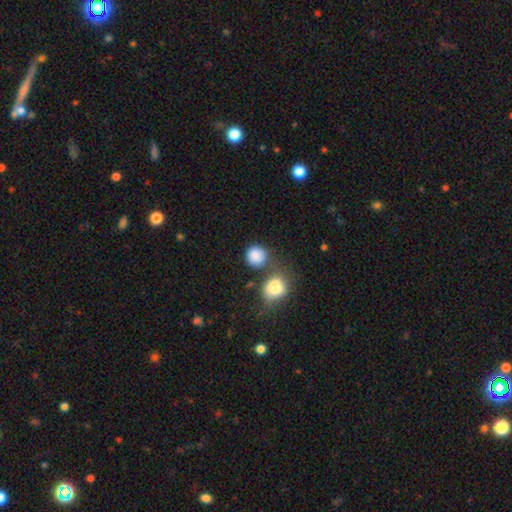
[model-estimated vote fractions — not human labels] A smooth galaxy with no disk features (86%) that is round (88%).

Vote fractions:
- Smooth or featured? smooth: 86% / star or artifact: 9% / featured or disk: 5%
- How rounded? round: 88% / in between: 11% / cigar-shaped: 1%
- Merging? none: 62% / merger: 20% / minor disturbance: 12% / major disturbance: 6%